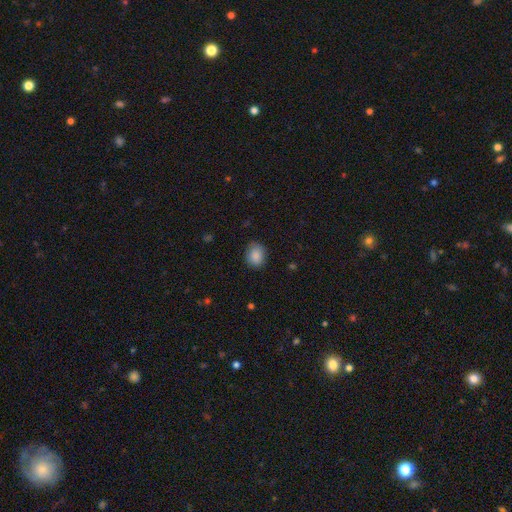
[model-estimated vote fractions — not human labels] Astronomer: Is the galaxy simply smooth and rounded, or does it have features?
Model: smooth — 88%.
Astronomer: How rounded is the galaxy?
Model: round — 57% (runner-up: in between, 42%).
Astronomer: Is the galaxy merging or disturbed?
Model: none — 83%.